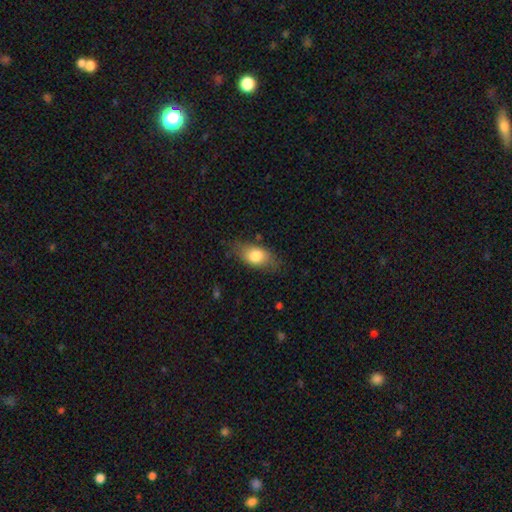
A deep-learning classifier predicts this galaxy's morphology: smooth_or_featured: smooth (p=0.78) [alt: featured or disk p=0.15]
how_rounded: in between (p=0.85) [alt: round p=0.09]
merging: none (p=0.73) [alt: minor disturbance p=0.20]